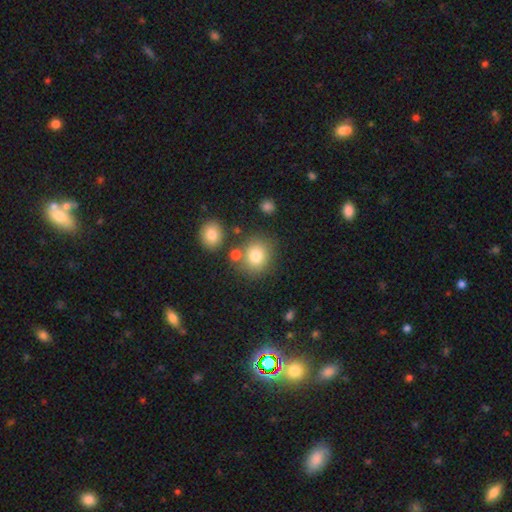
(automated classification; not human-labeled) Morphology: type=smooth (79%); roundness=round (78%); merging=none (71%).